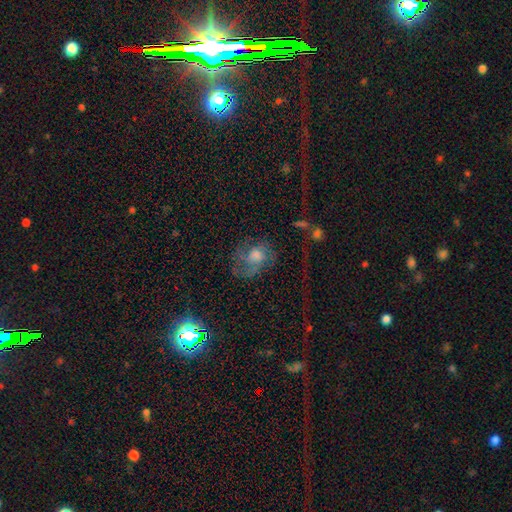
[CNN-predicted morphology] type=featured or disk (57%); edge-on=no (96%); bar=no (75%); spiral arms=yes (78%); bulge=moderate (54%); merging=none (45%).